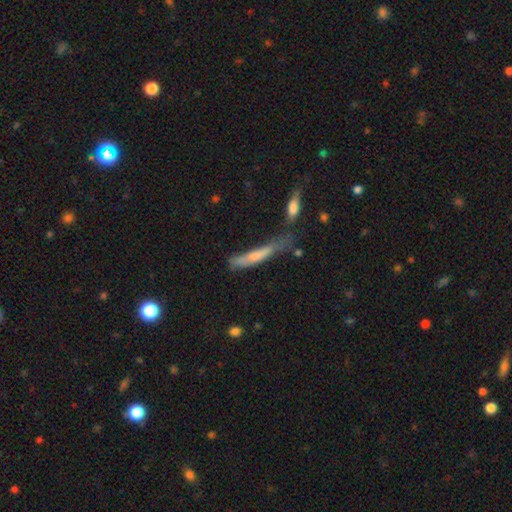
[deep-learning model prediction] Overall: smooth (63%; featured or disk 29%). How rounded: cigar-shaped (88%). Merging: none (36%; minor disturbance 27%).